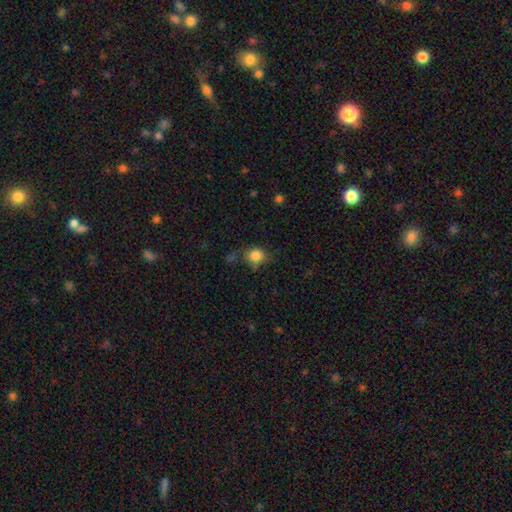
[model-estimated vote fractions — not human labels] Smooth or featured? smooth (84%)
How rounded? round (76%)
Merging? none (67%)